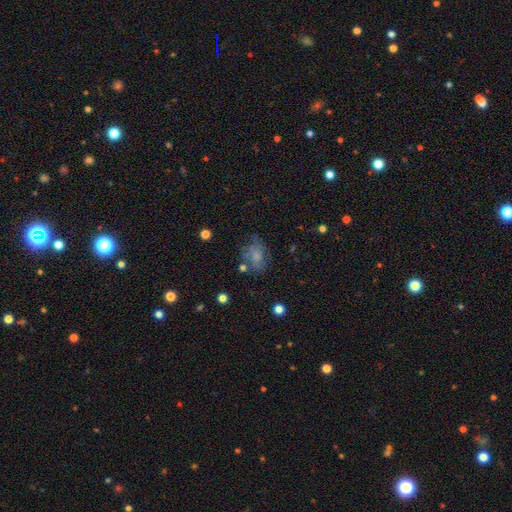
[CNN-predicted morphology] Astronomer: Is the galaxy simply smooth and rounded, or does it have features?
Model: smooth — 57%.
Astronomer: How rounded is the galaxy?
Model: in between — 56% (runner-up: round, 42%).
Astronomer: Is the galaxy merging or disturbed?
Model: none — 50% (runner-up: minor disturbance, 25%).